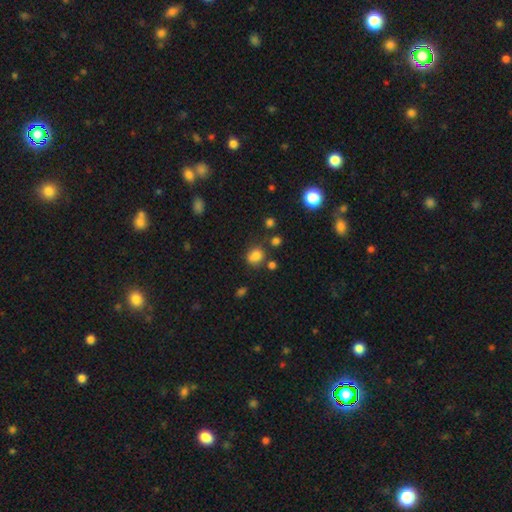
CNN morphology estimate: This appears to be a smooth galaxy with no disk features (79%) that is round (73%). Merging: none (66%).